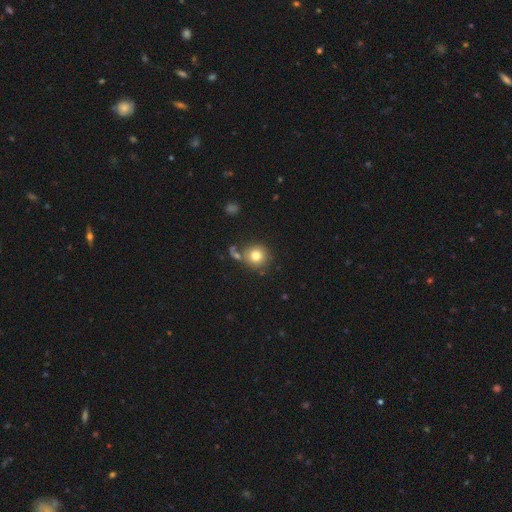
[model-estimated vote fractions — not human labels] smooth-or-featured: smooth: 79% | featured or disk: 11% | star or artifact: 11%
  how-rounded: round: 90% | in between: 9% | cigar-shaped: 1%
  merging: none: 68% | merger: 13% | minor disturbance: 13% | major disturbance: 6%